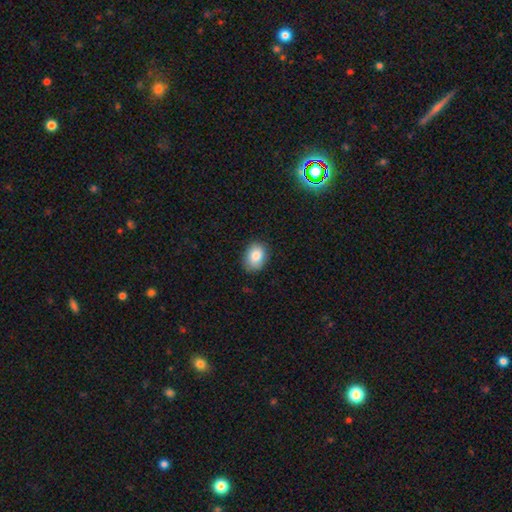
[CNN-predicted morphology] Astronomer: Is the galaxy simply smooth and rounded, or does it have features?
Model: smooth — 84%.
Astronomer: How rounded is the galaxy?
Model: in between — 68%.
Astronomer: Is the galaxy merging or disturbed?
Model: none — 82%.